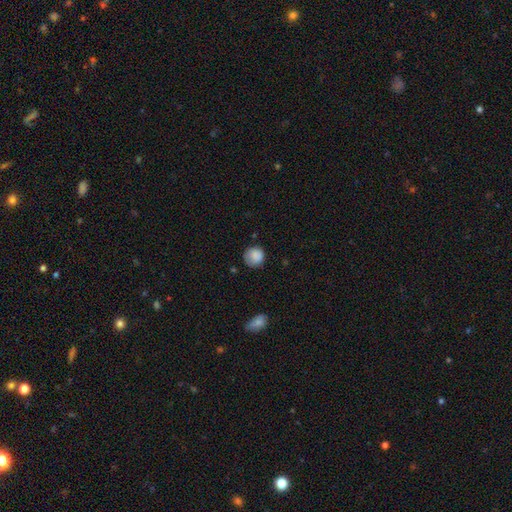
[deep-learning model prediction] This is clearly a smooth galaxy (85%). How rounded: clearly round (90%). Merging: likely none (70%).